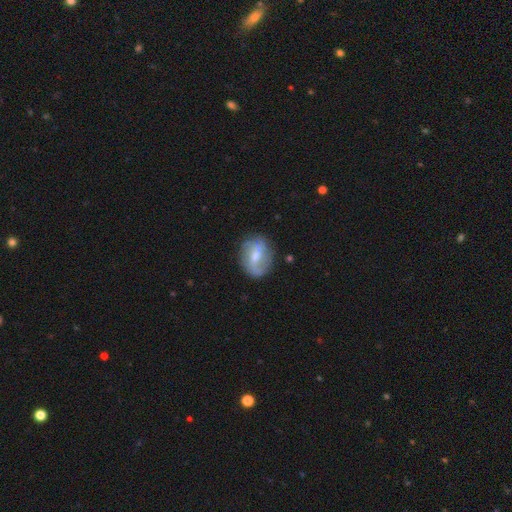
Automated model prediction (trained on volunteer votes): A featured or disk galaxy (66%) with a weak bar (55%), 2 (64%) loose (48%) spiral arms (87%) and a moderate central bulge (49%).

Vote fractions:
- Smooth or featured? featured or disk: 66% / smooth: 27% / star or artifact: 7%
- Edge-on disk? no: 97% / yes: 3%
- Bar? weak: 55% / no: 24% / strong: 21%
- Spiral arms? yes: 87% / no: 13%
- Spiral winding? loose: 48% / medium: 36% / tight: 17%
- Spiral arm count? 2: 64% / can't tell: 16% / 3: 9% / 1: 6% / 4: 3% / more than 4: 2%
- Bulge size? moderate: 49% / small: 39% / none: 7% / large: 5% / dominant: 1%
- Merging? none: 73% / minor disturbance: 18% / major disturbance: 7% / merger: 2%